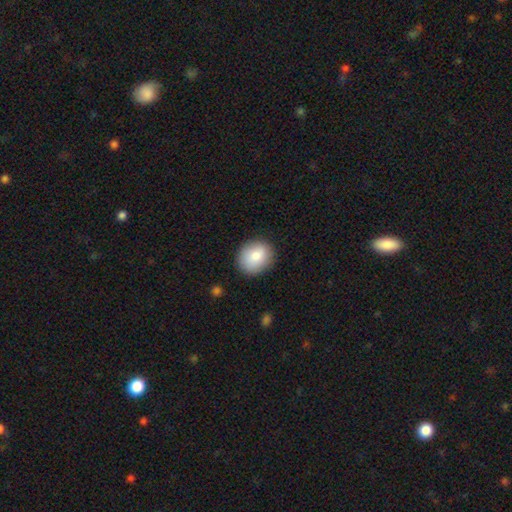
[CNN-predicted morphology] This is clearly a smooth galaxy (84%). How rounded: likely round (64%). Merging: clearly none (87%).